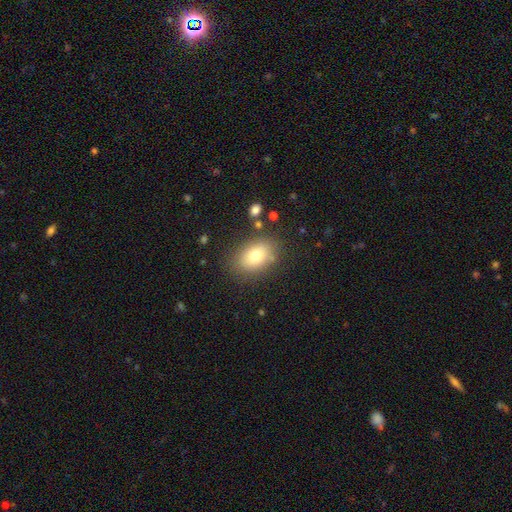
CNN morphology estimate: smooth 75%, featured or disk 14%, star or artifact 10%. Down the decision tree: how rounded — in between (77%); merging — none (80%).